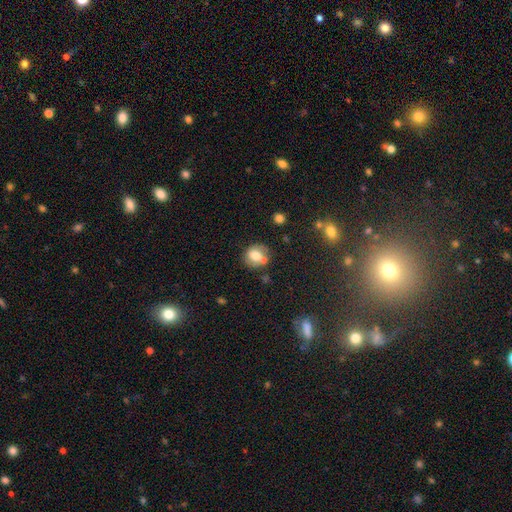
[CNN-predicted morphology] Smooth or featured? smooth (69%)
How rounded? round (81%)
Merging? none (59%)